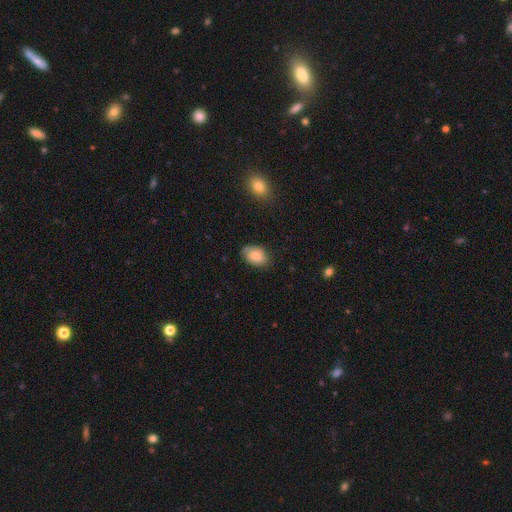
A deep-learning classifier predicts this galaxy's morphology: The model was most divided on "merging": none: 72%, minor disturbance: 22%, major disturbance: 4%, merger: 2%. More confident: how rounded — in between (82%); smooth or featured — smooth (81%).